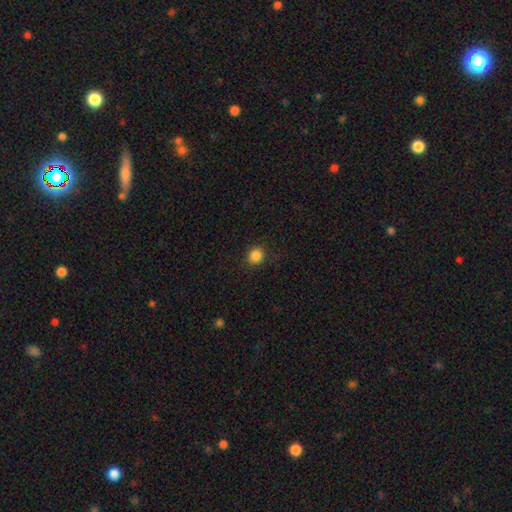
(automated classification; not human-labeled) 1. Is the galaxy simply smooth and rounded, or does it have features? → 85% smooth, 11% star or artifact, 4% featured or disk.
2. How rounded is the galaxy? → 90% round, 9% in between, 1% cigar-shaped.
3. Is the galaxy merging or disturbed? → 90% none, 7% minor disturbance, 2% major disturbance, 1% merger.